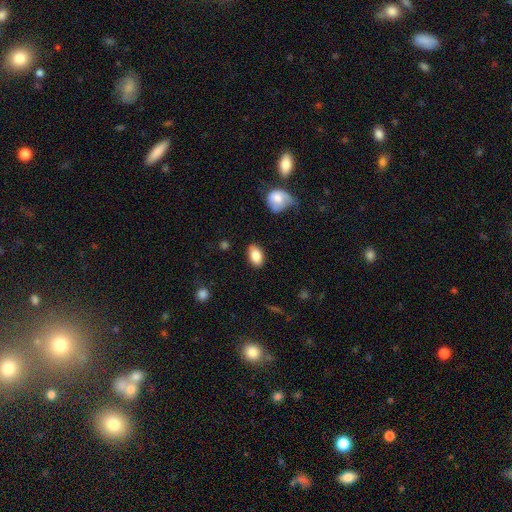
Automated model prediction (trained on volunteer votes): Q: Smooth or featured?
A: smooth (85%); runner-up: featured or disk (8%)
Q: How rounded?
A: in between (89%); runner-up: round (9%)
Q: Merging?
A: none (83%); runner-up: minor disturbance (13%)